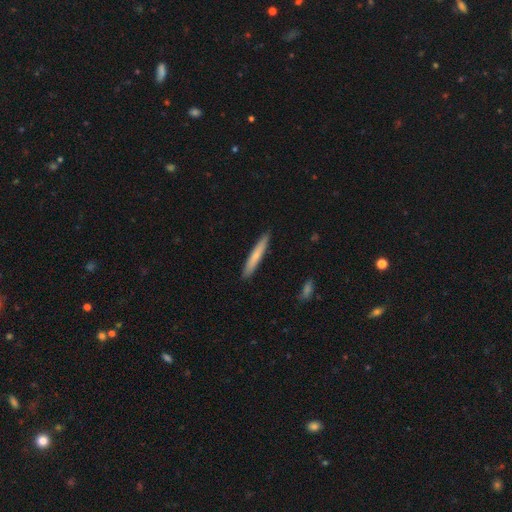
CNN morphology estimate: The model was most divided on "smooth or featured": smooth: 68%, featured or disk: 27%, star or artifact: 5%. More confident: how rounded — cigar-shaped (95%); merging — none (90%).